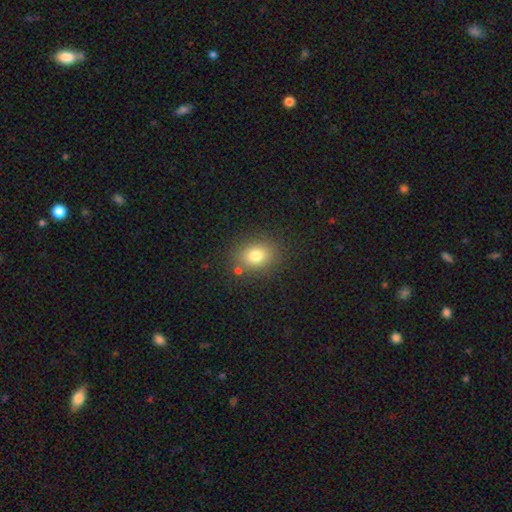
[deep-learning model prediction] Morphology: type=smooth (77%); roundness=round (52%); merging=none (81%).